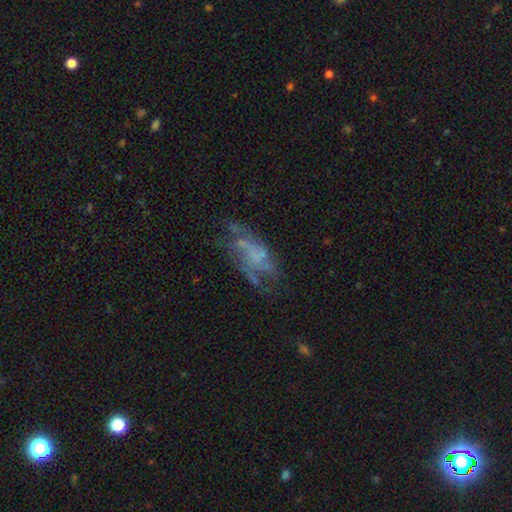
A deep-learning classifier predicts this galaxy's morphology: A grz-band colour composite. It shows a featured or disk galaxy (65%) with no bar (75%), no spiral arms (50%, tied with yes) and no central bulge (66%). Merging: none (45%).